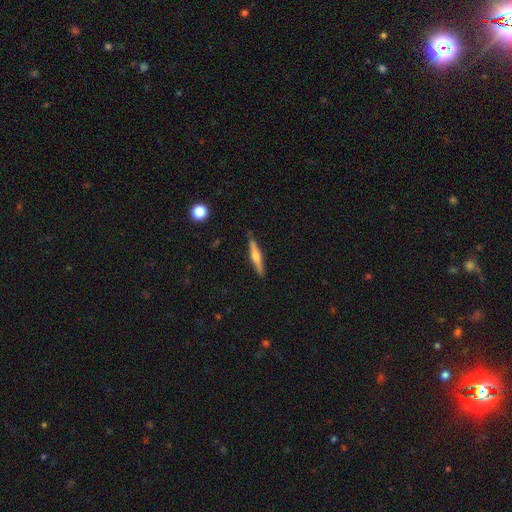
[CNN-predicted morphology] Q: Smooth or featured?
A: featured or disk (60%); runner-up: smooth (34%)
Q: Edge-on disk?
A: yes (97%); runner-up: no (3%)
Q: Edge-on bulge?
A: rounded (87%); runner-up: boxy (7%)
Q: Merging?
A: none (89%); runner-up: minor disturbance (8%)